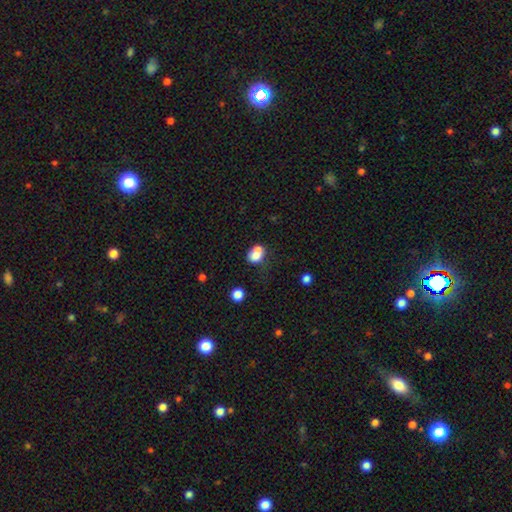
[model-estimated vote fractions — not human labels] Q: Smooth or featured?
A: smooth (74%); runner-up: featured or disk (15%)
Q: How rounded?
A: in between (56%); runner-up: round (43%)
Q: Merging?
A: merger (51%); runner-up: none (28%)